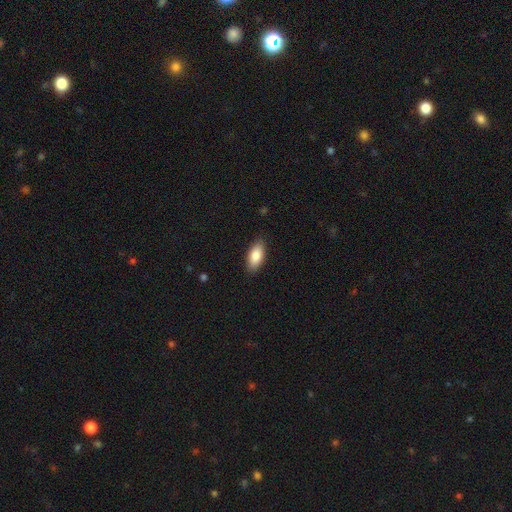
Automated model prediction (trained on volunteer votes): A smooth galaxy with no disk features (85%) that is in between round and cigar-shaped (89%). Merging: none (87%).